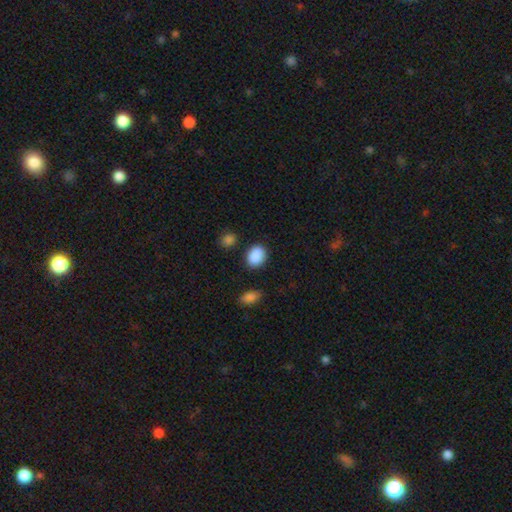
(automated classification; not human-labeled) Q: Smooth or featured?
A: smooth (90%); runner-up: star or artifact (7%)
Q: How rounded?
A: in between (66%); runner-up: round (33%)
Q: Merging?
A: none (83%); runner-up: minor disturbance (11%)